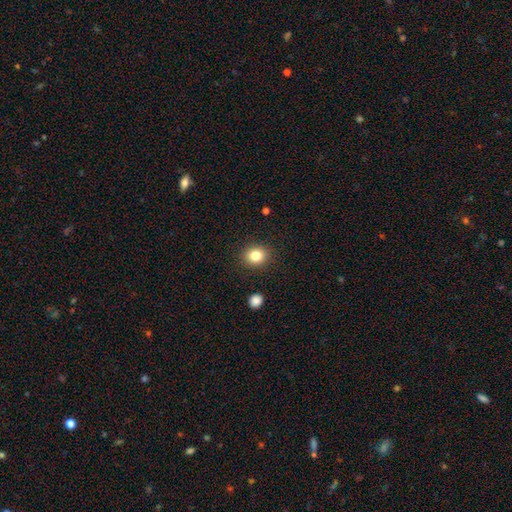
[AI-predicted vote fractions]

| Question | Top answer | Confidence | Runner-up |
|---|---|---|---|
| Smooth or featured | smooth | 82% | star or artifact (11%) |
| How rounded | round | 72% | in between (27%) |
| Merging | none | 90% | minor disturbance (7%) |